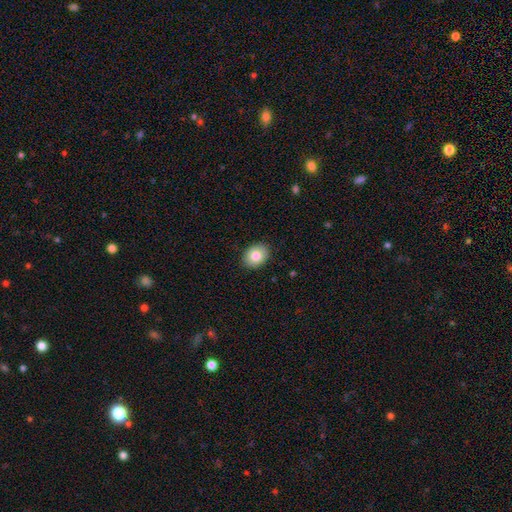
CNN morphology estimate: Smooth or featured: smooth — 81% (featured or disk — 11%)
How rounded: in between — 59% (round — 40%)
Merging: none — 90% (minor disturbance — 8%)